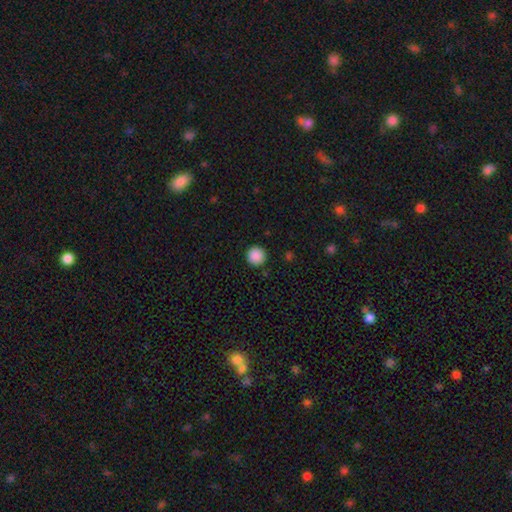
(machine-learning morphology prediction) Smooth or featured? smooth (89%)
How rounded? round (96%)
Merging? none (92%)